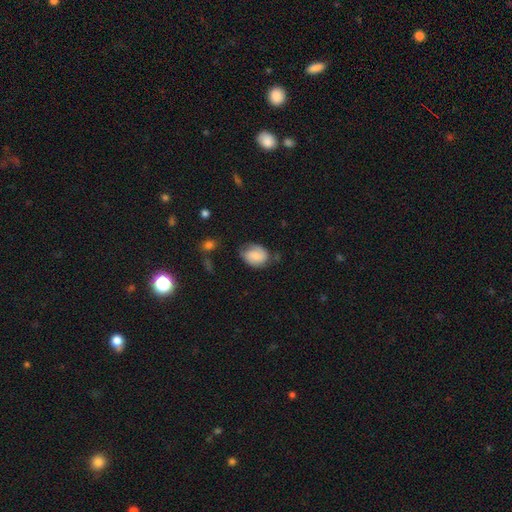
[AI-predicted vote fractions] Q: Smooth or featured?
A: smooth (66%); runner-up: featured or disk (27%)
Q: How rounded?
A: in between (62%); runner-up: round (36%)
Q: Merging?
A: none (52%); runner-up: minor disturbance (33%)